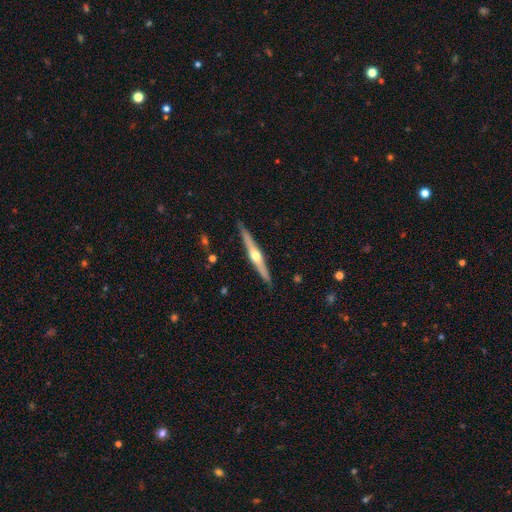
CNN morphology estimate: Smooth or featured? featured or disk (72%)
Edge-on disk? yes (97%)
Edge-on bulge? rounded (91%)
Merging? none (89%)